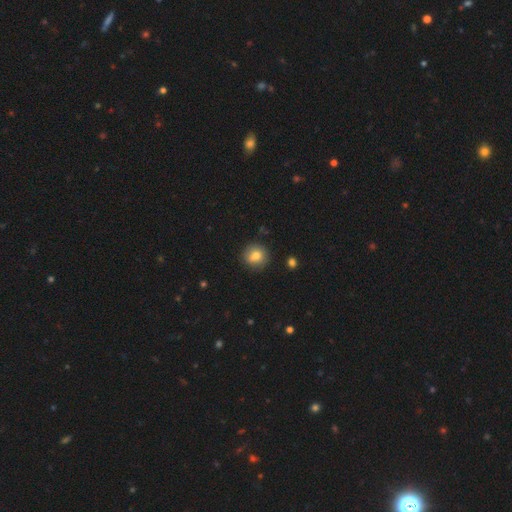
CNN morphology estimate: Q: Smooth or featured?
A: smooth (77%); runner-up: featured or disk (13%)
Q: How rounded?
A: round (88%); runner-up: in between (11%)
Q: Merging?
A: none (80%); runner-up: minor disturbance (13%)